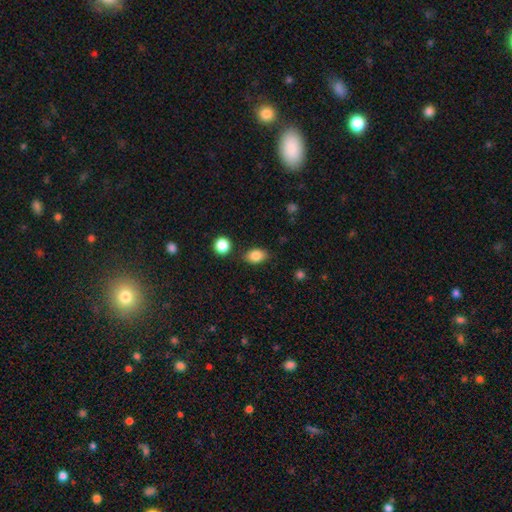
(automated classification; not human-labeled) smooth 85%, star or artifact 9%, featured or disk 6%. Down the decision tree: how rounded — in between (81%); merging — none (80%).